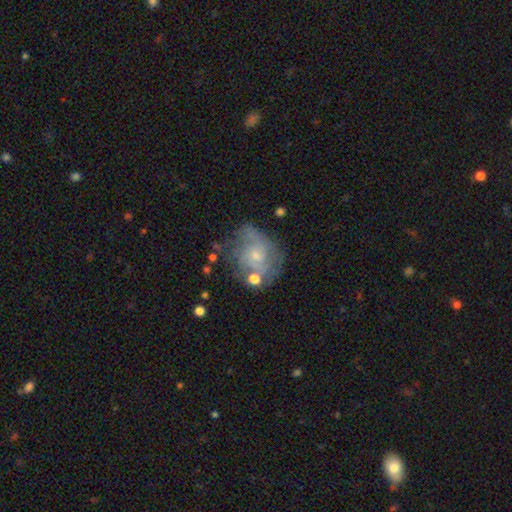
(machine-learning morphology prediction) smooth-or-featured: featured or disk: 63% | smooth: 27% | star or artifact: 10%
  disk-edge-on: no: 97% | yes: 3%
    bar: no: 77% | weak: 20% | strong: 3%
    has-spiral-arms: yes: 76% | no: 24%
    bulge-size: small: 71% | moderate: 21% | none: 5% | large: 1% | dominant: 1%
  merging: none: 53% | minor disturbance: 24% | major disturbance: 16% | merger: 8%